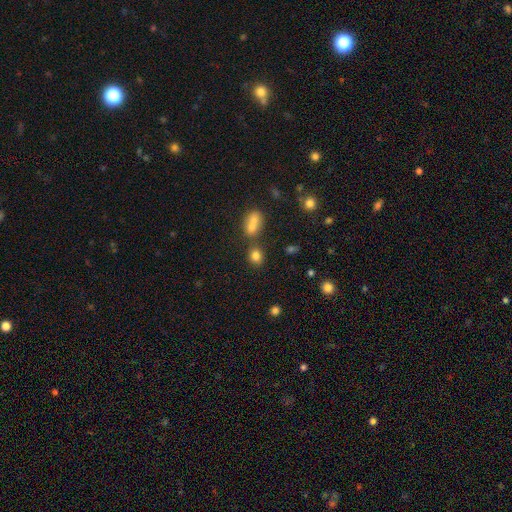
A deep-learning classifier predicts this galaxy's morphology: A smooth galaxy with no disk features (80%) that is round (73%). Merging: none (66%).